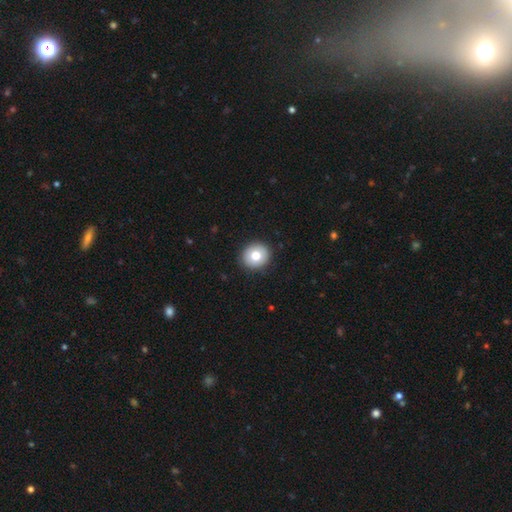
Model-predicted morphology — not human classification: This is likely a smooth galaxy (75%). How rounded: clearly round (88%). Merging: clearly none (91%).